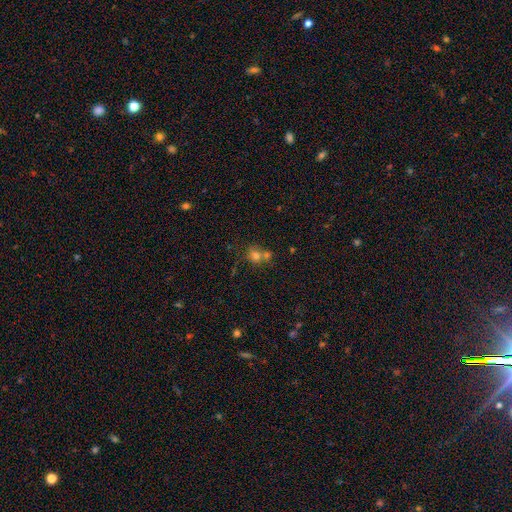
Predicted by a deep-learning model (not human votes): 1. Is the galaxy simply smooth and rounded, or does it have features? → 71% smooth, 16% star or artifact, 14% featured or disk.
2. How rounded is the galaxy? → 78% round, 21% in between, 1% cigar-shaped.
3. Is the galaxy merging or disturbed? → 46% merger, 41% none, 9% minor disturbance, 4% major disturbance.